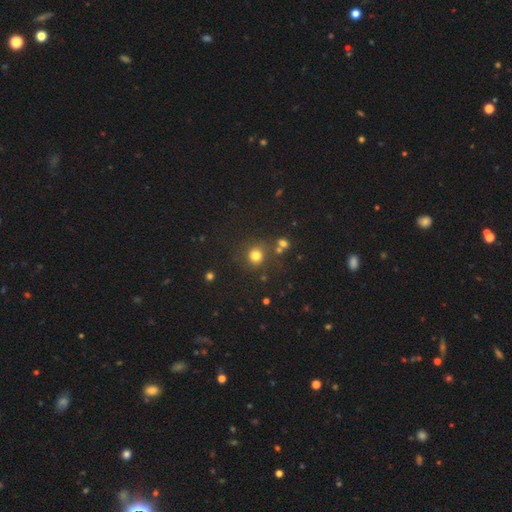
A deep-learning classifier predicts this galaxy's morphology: Smooth or featured: smooth — 76% (star or artifact — 17%)
How rounded: round — 88% (in between — 11%)
Merging: none — 75% (minor disturbance — 11%)